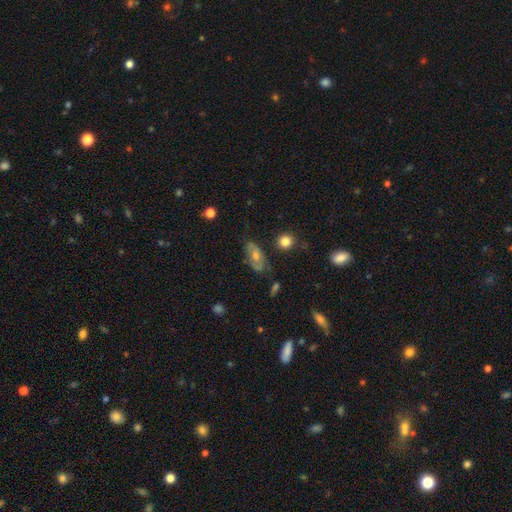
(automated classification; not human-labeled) Q: Smooth or featured?
A: featured or disk (49%); runner-up: smooth (37%)
Q: Merging?
A: none (66%); runner-up: minor disturbance (22%)